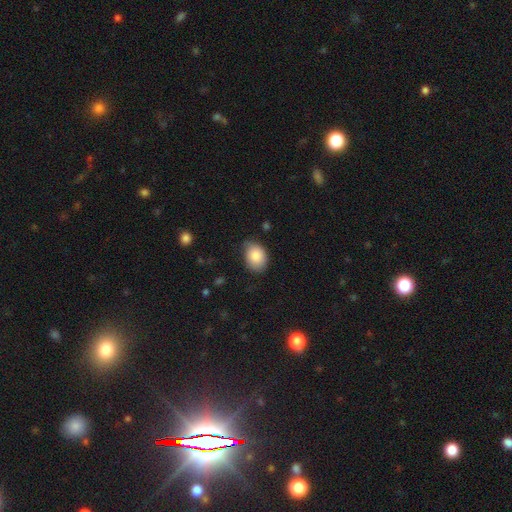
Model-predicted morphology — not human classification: This appears to be a smooth galaxy with no disk features (84%) that is in between round and cigar-shaped (69%). Merging: none (65%).